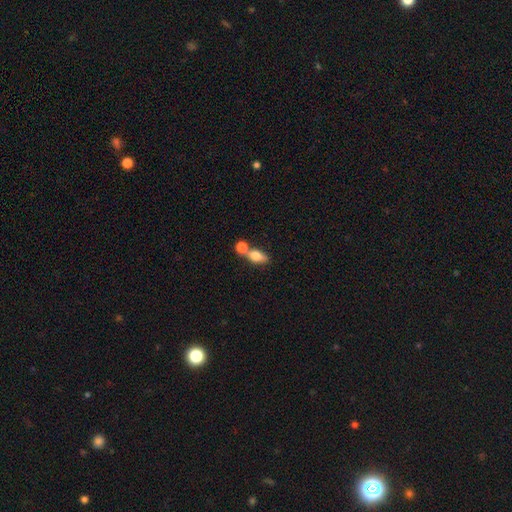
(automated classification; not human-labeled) A smooth galaxy with no disk features (72%) that is in between round and cigar-shaped (72%).

Vote fractions:
- Smooth or featured? smooth: 72% / featured or disk: 20% / star or artifact: 8%
- How rounded? in between: 72% / round: 15% / cigar-shaped: 13%
- Merging? merger: 48% / none: 39% / minor disturbance: 9% / major disturbance: 4%